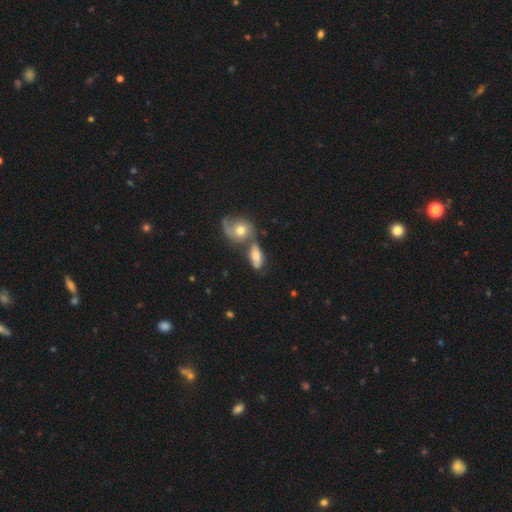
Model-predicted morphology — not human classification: A smooth galaxy with no disk features (57%) that is in between round and cigar-shaped (77%).

Vote fractions:
- Smooth or featured? smooth: 57% / featured or disk: 34% / star or artifact: 8%
- How rounded? in between: 77% / cigar-shaped: 13% / round: 10%
- Merging? merger: 46% / none: 32% / minor disturbance: 14% / major disturbance: 8%